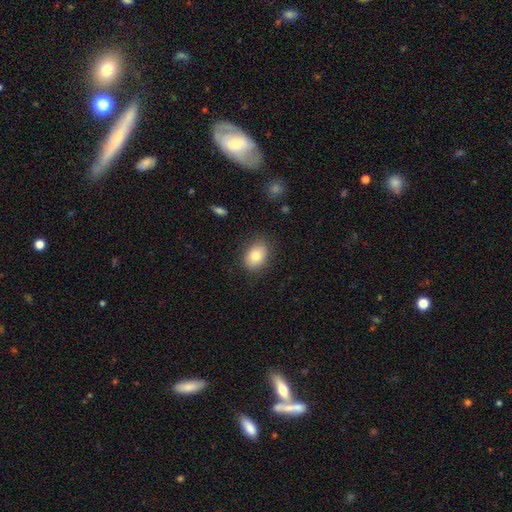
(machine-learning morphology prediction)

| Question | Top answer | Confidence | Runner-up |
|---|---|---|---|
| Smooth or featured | smooth | 81% | featured or disk (11%) |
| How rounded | in between | 76% | round (23%) |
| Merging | none | 83% | minor disturbance (12%) |